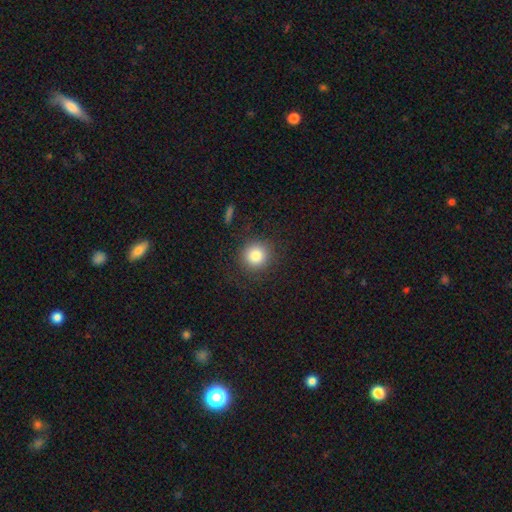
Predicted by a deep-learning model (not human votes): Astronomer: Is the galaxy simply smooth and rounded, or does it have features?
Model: smooth — 83%.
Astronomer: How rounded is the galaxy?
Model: round — 92%.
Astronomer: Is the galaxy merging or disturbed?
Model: none — 88%.